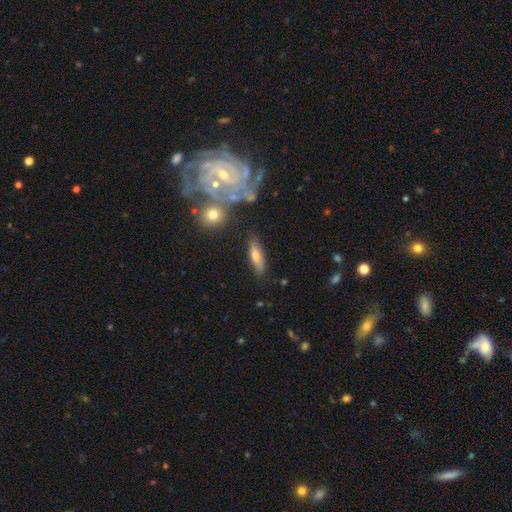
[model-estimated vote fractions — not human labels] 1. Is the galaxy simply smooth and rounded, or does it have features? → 56% smooth, 36% featured or disk, 8% star or artifact.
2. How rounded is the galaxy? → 57% cigar-shaped, 40% in between, 3% round.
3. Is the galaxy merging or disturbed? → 78% none, 13% minor disturbance, 4% merger, 4% major disturbance.